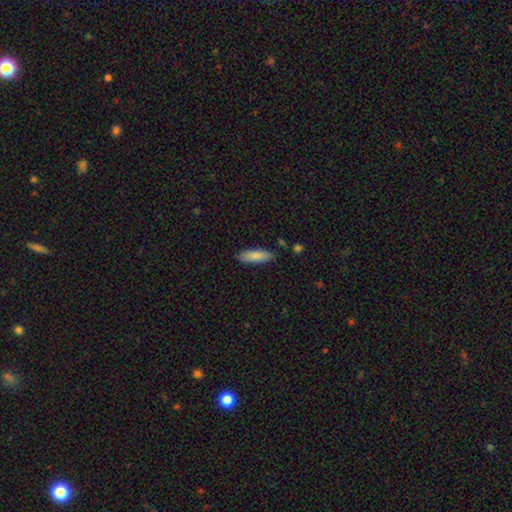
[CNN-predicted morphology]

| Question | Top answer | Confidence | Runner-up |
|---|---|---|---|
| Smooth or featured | smooth | 86% | featured or disk (8%) |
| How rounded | in between | 56% | cigar-shaped (43%) |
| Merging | none | 85% | minor disturbance (11%) |